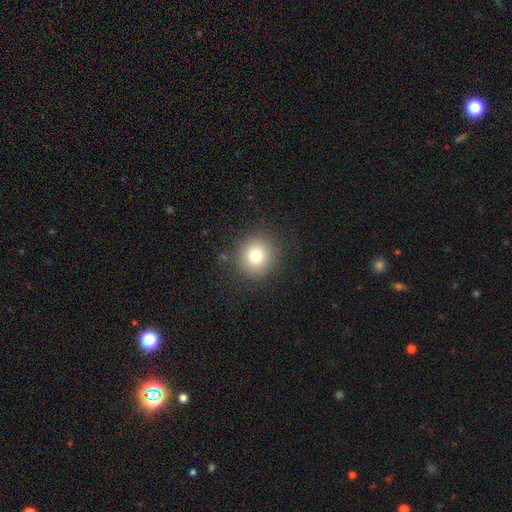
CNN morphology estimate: This appears to be a smooth galaxy with no disk features (78%) that is round (91%). Merging: none (88%).